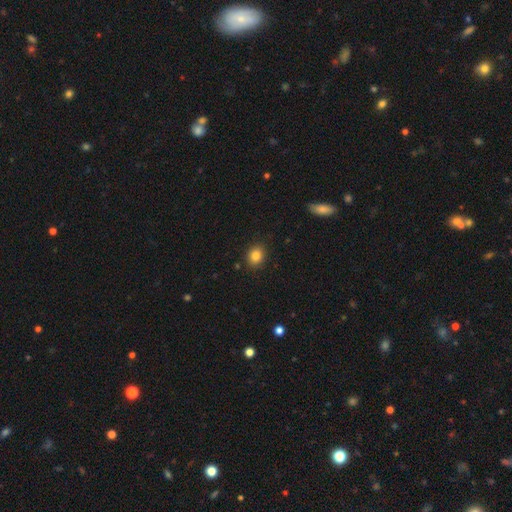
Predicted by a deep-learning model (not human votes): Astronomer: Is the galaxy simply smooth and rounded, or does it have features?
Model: smooth — 84%.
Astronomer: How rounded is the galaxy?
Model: round — 58% (runner-up: in between, 41%).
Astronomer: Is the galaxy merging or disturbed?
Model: none — 89%.